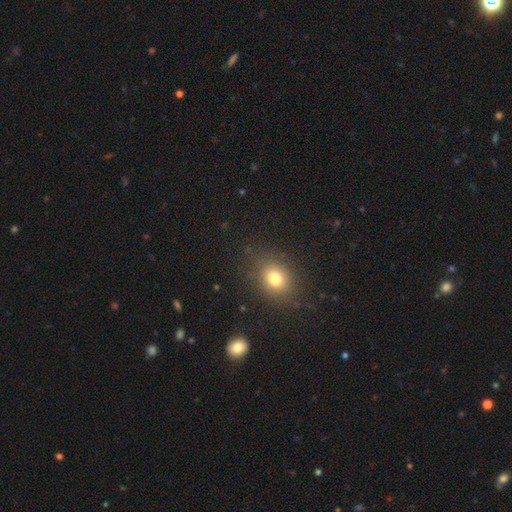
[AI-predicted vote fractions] smooth-or-featured: smooth: 68% | star or artifact: 24% | featured or disk: 8%
  how-rounded: round: 53% | in between: 45% | cigar-shaped: 2%
  merging: none: 89% | minor disturbance: 8% | major disturbance: 2% | merger: 1%